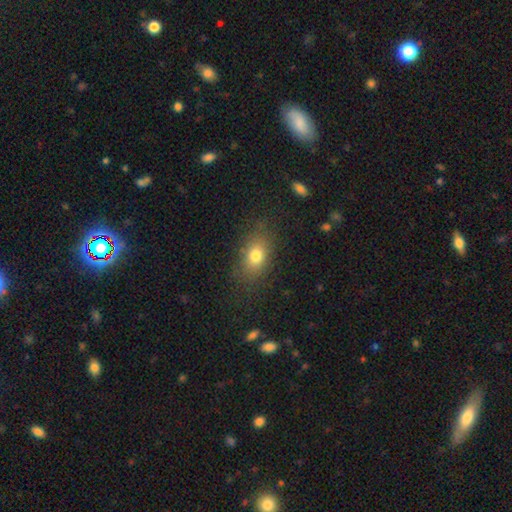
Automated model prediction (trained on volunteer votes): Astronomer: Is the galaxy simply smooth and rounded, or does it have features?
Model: smooth — 77%.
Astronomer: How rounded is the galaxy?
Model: in between — 76%.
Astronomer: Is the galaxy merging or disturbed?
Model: none — 80%.